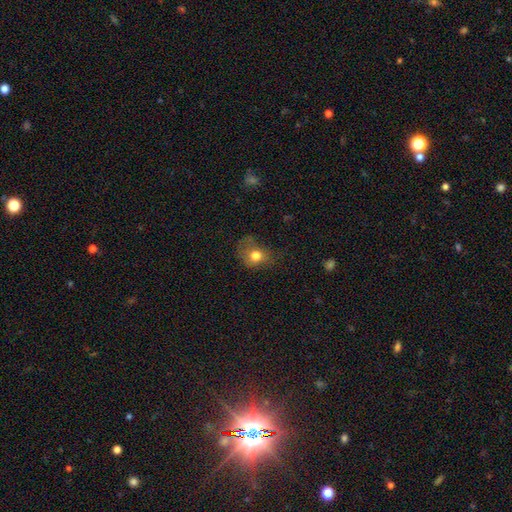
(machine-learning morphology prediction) This appears to be a smooth galaxy with no disk features (75%) that is round (55%). Merging: none (41%).